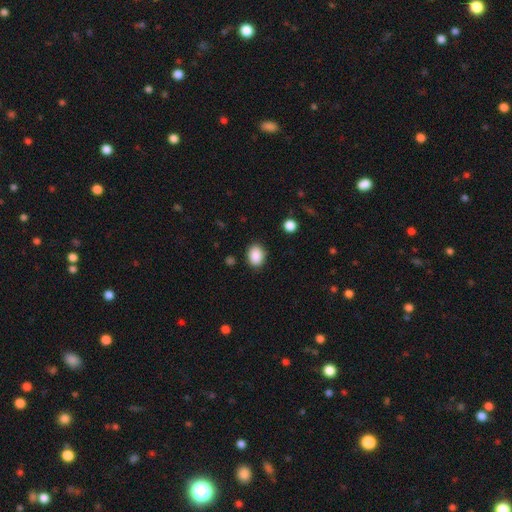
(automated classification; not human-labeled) Q: Smooth or featured?
A: smooth (89%); runner-up: star or artifact (8%)
Q: How rounded?
A: in between (64%); runner-up: round (35%)
Q: Merging?
A: none (85%); runner-up: minor disturbance (11%)